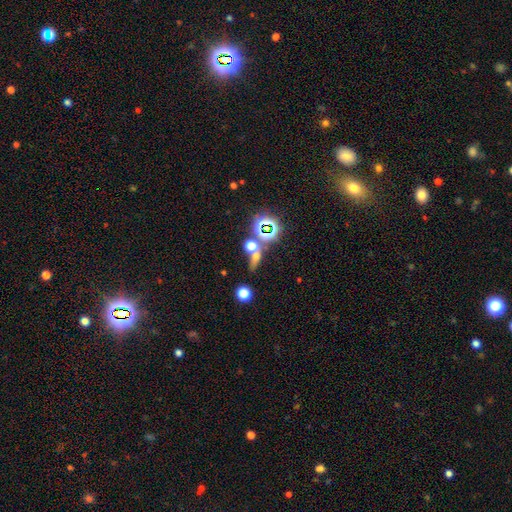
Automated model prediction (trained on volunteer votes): This appears to be a smooth galaxy with no disk features (46%). Merging: none (53%).